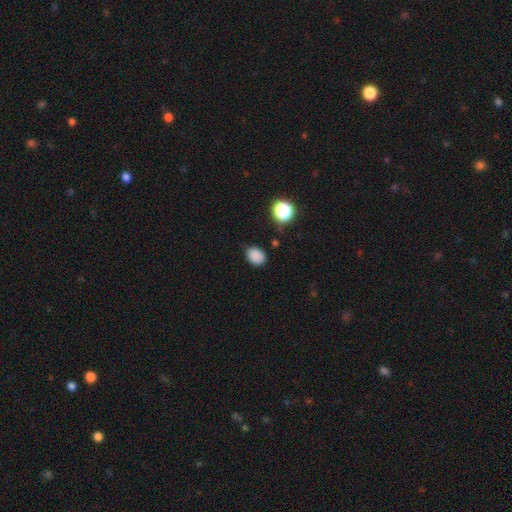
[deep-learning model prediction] Smooth or featured: smooth — 85% (star or artifact — 12%)
How rounded: in between — 61% (round — 38%)
Merging: none — 76% (minor disturbance — 18%)